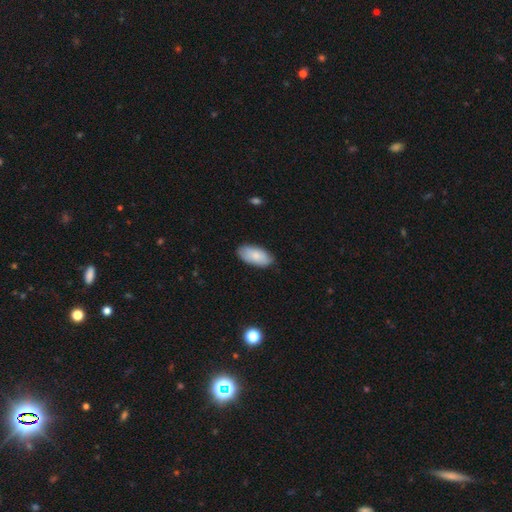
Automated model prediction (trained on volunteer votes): A smooth galaxy with no disk features (81%) that is in between round and cigar-shaped (94%).

Vote fractions:
- Smooth or featured? smooth: 81% / featured or disk: 14% / star or artifact: 6%
- How rounded? in between: 94% / cigar-shaped: 4% / round: 2%
- Merging? none: 81% / minor disturbance: 15% / major disturbance: 2% / merger: 1%